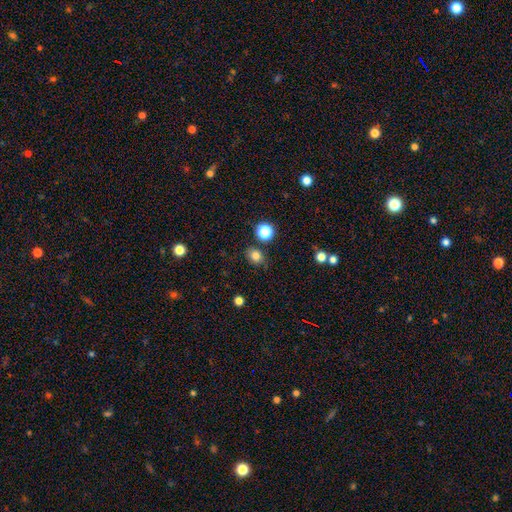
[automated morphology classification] Overall: smooth (80%). How rounded: round (63%; in between 36%). Merging: none (82%).